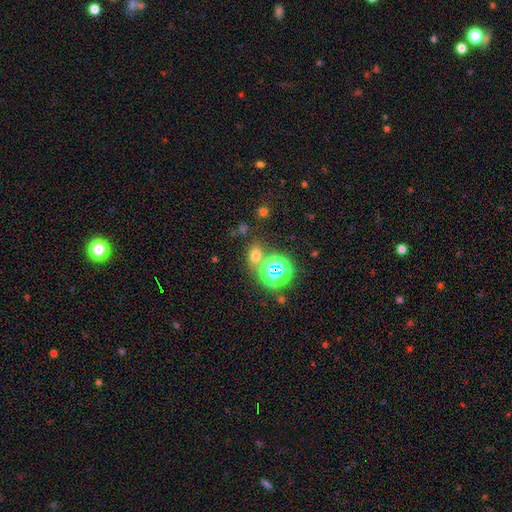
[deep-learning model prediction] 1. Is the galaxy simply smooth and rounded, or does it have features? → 60% smooth, 32% star or artifact, 8% featured or disk.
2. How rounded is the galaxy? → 55% in between, 43% round, 2% cigar-shaped.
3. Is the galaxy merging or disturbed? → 73% none, 13% merger, 10% minor disturbance, 4% major disturbance.